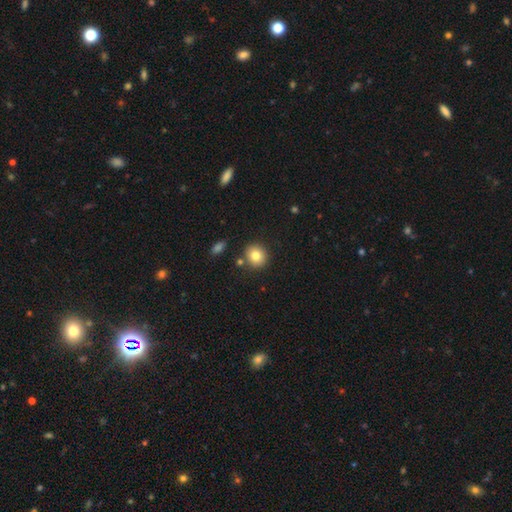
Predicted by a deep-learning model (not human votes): Morphology: type=smooth (80%); roundness=round (86%); merging=none (84%).